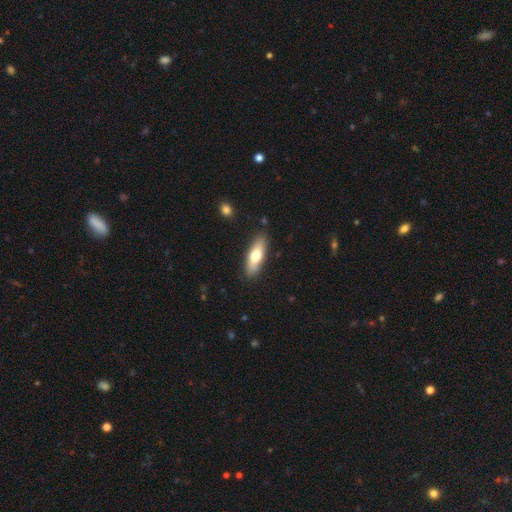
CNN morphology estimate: A smooth galaxy with no disk features (68%) that is in between round and cigar-shaped (60%).

Vote fractions:
- Smooth or featured? smooth: 68% / featured or disk: 26% / star or artifact: 6%
- How rounded? in between: 60% / cigar-shaped: 38% / round: 2%
- Merging? none: 86% / minor disturbance: 11% / major disturbance: 2% / merger: 2%